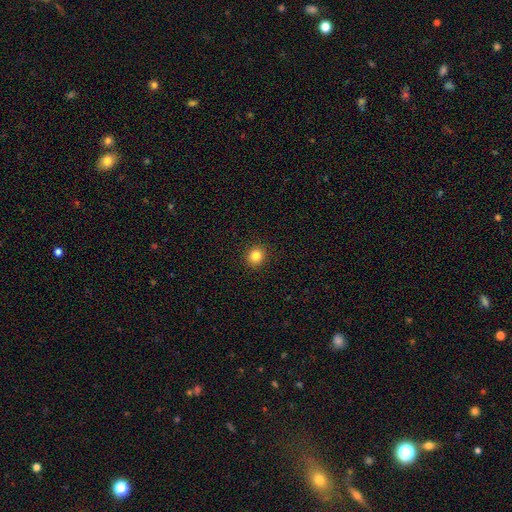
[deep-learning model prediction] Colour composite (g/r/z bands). It shows a smooth galaxy with no disk features (83%) that is round (89%). Merging: none (93%).